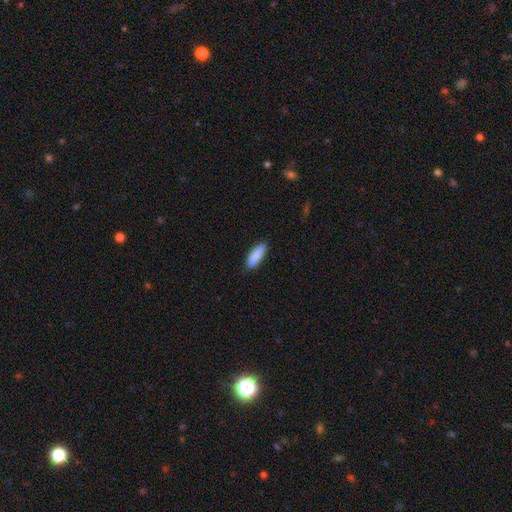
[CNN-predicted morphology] smooth 90%, star or artifact 6%, featured or disk 4%. Down the decision tree: how rounded — in between (59%); merging — none (87%).